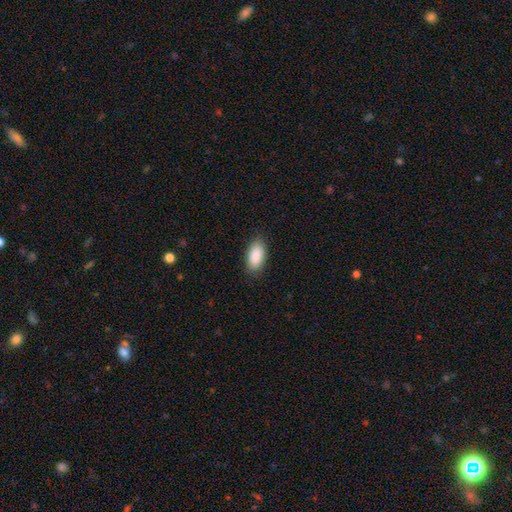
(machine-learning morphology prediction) Smooth or featured: smooth — 90% (star or artifact — 6%)
How rounded: in between — 93% (cigar-shaped — 4%)
Merging: none — 87% (minor disturbance — 9%)